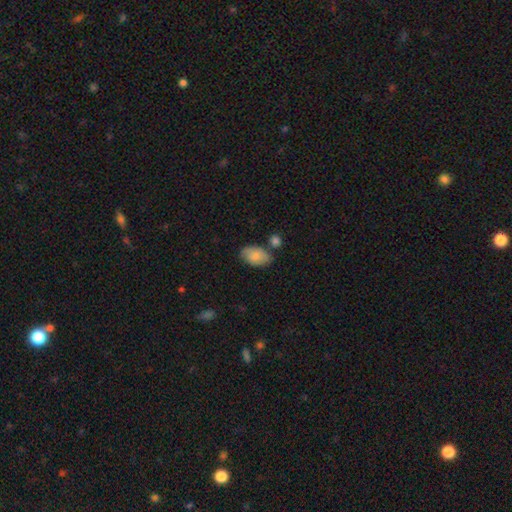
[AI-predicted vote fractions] A smooth galaxy with no disk features (84%) that is in between round and cigar-shaped (93%). Merging: none (65%).